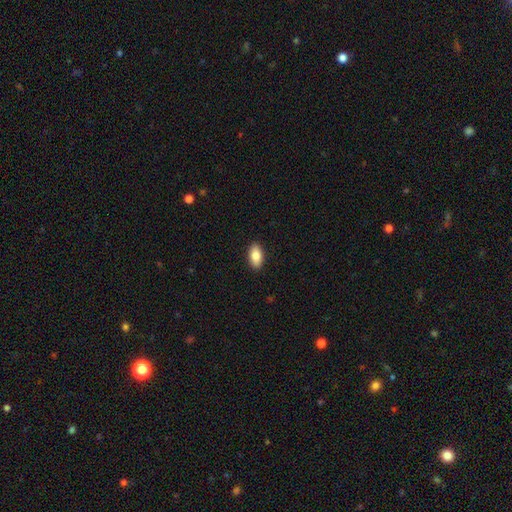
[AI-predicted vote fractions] A smooth galaxy with no disk features (84%) that is in between round and cigar-shaped (91%). Merging: none (90%).